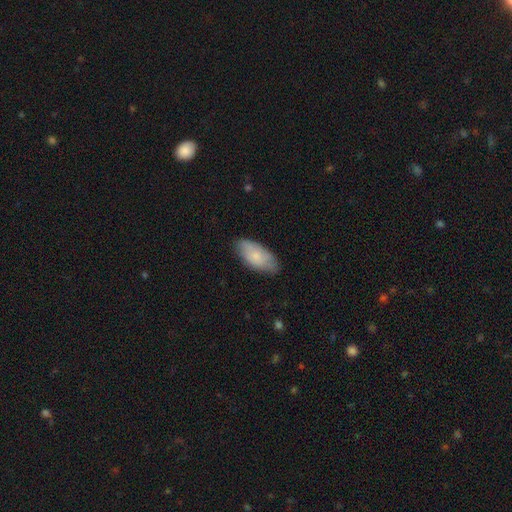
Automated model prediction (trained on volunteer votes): Smooth or featured?
  - smooth: 74% *
  - featured or disk: 20%
  - star or artifact: 6%
How rounded?
  - in between: 91% *
  - cigar-shaped: 6%
  - round: 2%
Merging?
  - none: 76% *
  - minor disturbance: 20%
  - major disturbance: 3%
  - merger: 1%